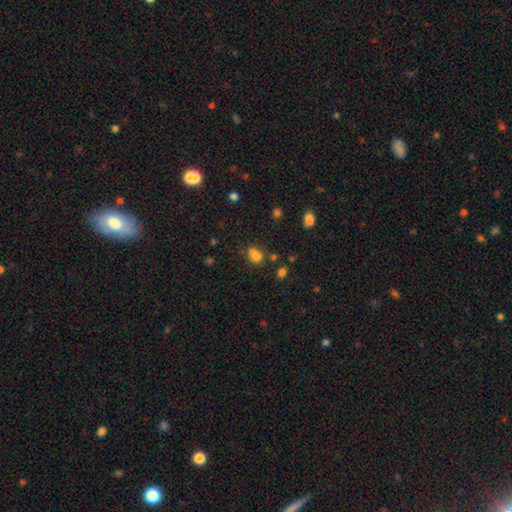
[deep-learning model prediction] Q: Smooth or featured?
A: smooth (70%); runner-up: star or artifact (17%)
Q: How rounded?
A: round (66%); runner-up: in between (33%)
Q: Merging?
A: merger (48%); runner-up: none (37%)